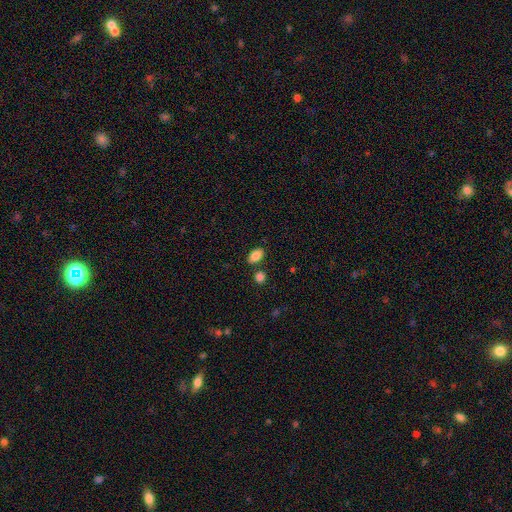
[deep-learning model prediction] smooth 86%, star or artifact 8%, featured or disk 6%. Down the decision tree: how rounded — in between (89%); merging — none (78%).